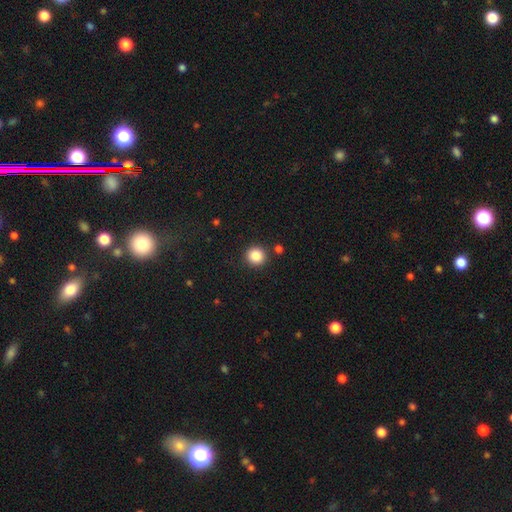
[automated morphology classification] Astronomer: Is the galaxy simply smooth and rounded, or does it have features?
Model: smooth — 86%.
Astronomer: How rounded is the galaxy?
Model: round — 93%.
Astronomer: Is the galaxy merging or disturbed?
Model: none — 89%.